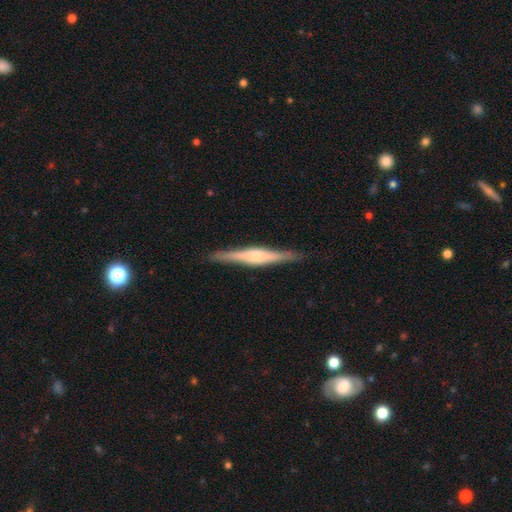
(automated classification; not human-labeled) The model was most divided on "edge-on bulge": rounded: 63%, boxy: 29%, none: 8%. More confident: edge-on disk — yes (98%); merging — none (90%); smooth or featured — featured or disk (74%).